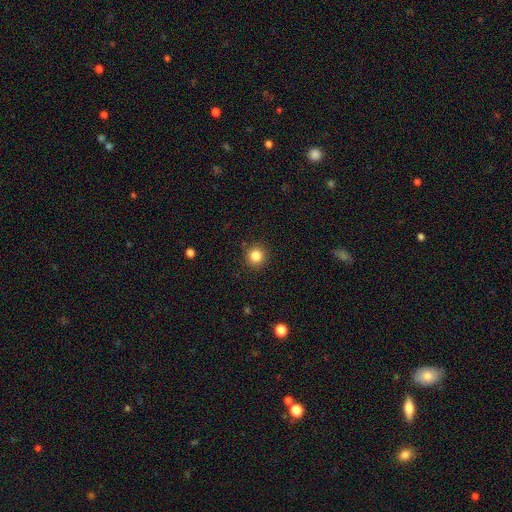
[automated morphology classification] Overall: smooth (84%). How rounded: round (94%). Merging: none (91%).